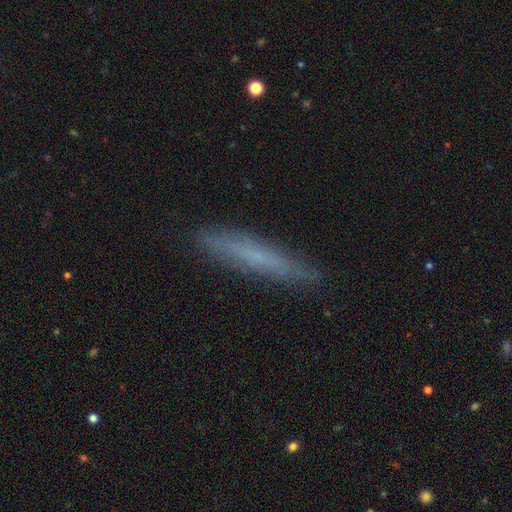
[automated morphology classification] Q: Smooth or featured?
A: smooth (55%); runner-up: featured or disk (36%)
Q: How rounded?
A: cigar-shaped (93%); runner-up: in between (6%)
Q: Merging?
A: none (87%); runner-up: minor disturbance (10%)